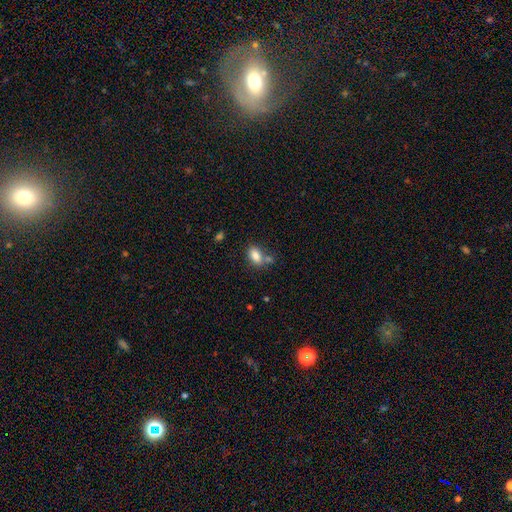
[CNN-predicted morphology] Q: Smooth or featured?
A: smooth (84%); runner-up: star or artifact (9%)
Q: How rounded?
A: in between (88%); runner-up: round (10%)
Q: Merging?
A: none (56%); runner-up: merger (24%)